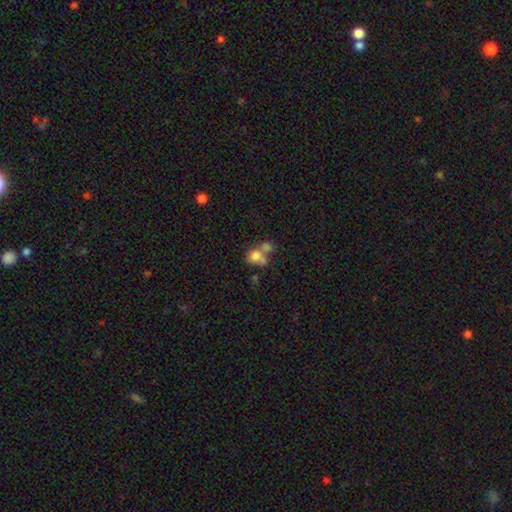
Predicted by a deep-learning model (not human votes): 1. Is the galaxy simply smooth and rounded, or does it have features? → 70% smooth, 18% featured or disk, 11% star or artifact.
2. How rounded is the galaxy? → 53% in between, 46% round, 1% cigar-shaped.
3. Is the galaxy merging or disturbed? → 58% merger, 24% none, 9% minor disturbance, 9% major disturbance.